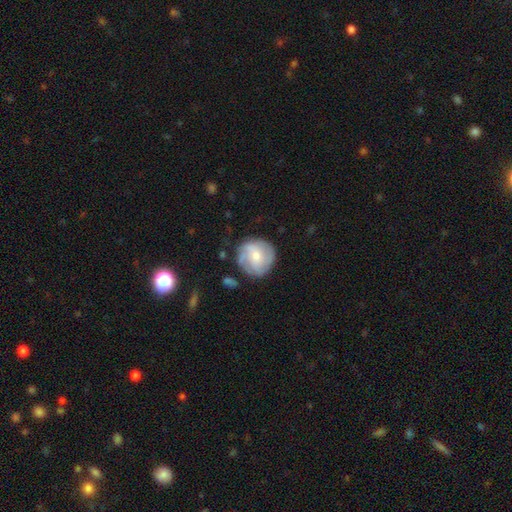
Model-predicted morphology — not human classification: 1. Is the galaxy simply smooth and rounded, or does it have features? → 57% featured or disk, 36% smooth, 7% star or artifact.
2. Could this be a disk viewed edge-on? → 97% no, 3% yes.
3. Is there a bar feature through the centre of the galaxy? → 61% no, 33% weak, 6% strong.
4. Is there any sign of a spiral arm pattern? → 82% yes, 18% no.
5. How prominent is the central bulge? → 48% moderate, 43% small, 4% large, 3% none, 1% dominant.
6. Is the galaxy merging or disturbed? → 74% none, 17% minor disturbance, 7% major disturbance, 3% merger.